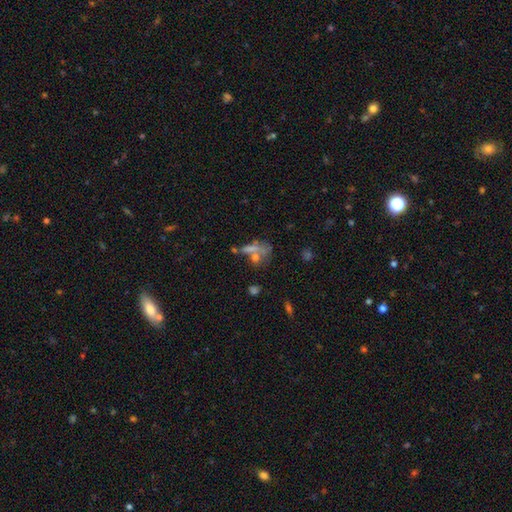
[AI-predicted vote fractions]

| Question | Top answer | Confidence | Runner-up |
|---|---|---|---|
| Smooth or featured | smooth | 39% | featured or disk (33%) |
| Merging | none | 39% | merger (28%) |